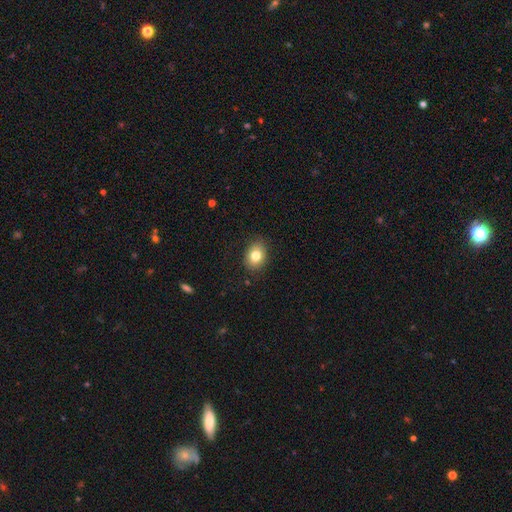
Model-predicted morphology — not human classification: smooth-or-featured: smooth: 80% | featured or disk: 10% | star or artifact: 10%
  how-rounded: in between: 62% | round: 37% | cigar-shaped: 1%
  merging: none: 86% | minor disturbance: 11% | major disturbance: 3% | merger: 1%